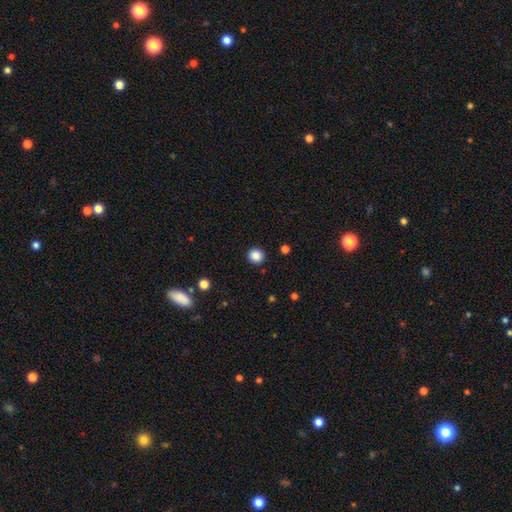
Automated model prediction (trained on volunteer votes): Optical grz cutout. It shows a smooth galaxy with no disk features (86%) that is round (92%). Merging: none (92%).